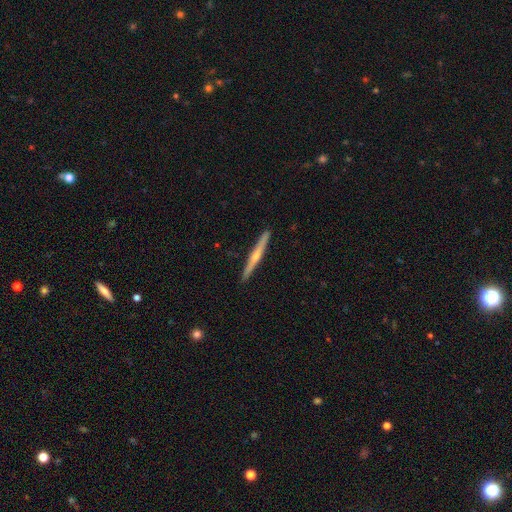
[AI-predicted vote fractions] Smooth or featured: featured or disk — 69% (smooth — 25%)
Edge-on disk: yes — 98% (no — 2%)
Edge-on bulge: rounded — 79% (none — 16%)
Merging: none — 92% (minor disturbance — 5%)